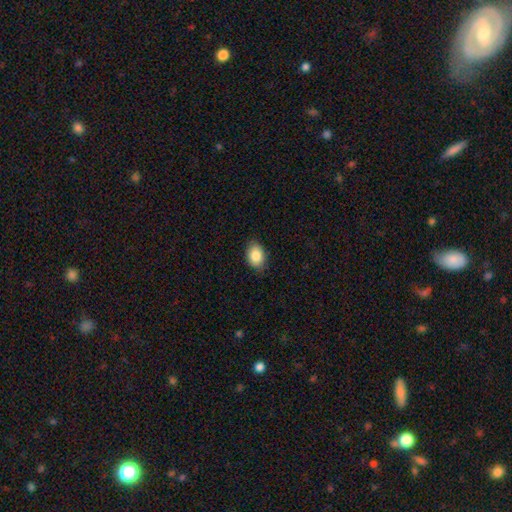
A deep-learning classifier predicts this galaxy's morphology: Smooth or featured: smooth — 87% (star or artifact — 7%)
How rounded: in between — 79% (round — 20%)
Merging: none — 85% (minor disturbance — 12%)